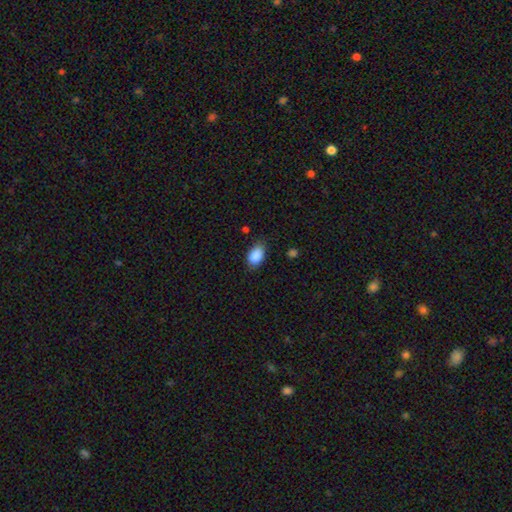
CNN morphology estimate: type=smooth (89%); roundness=in between (91%); merging=none (78%).